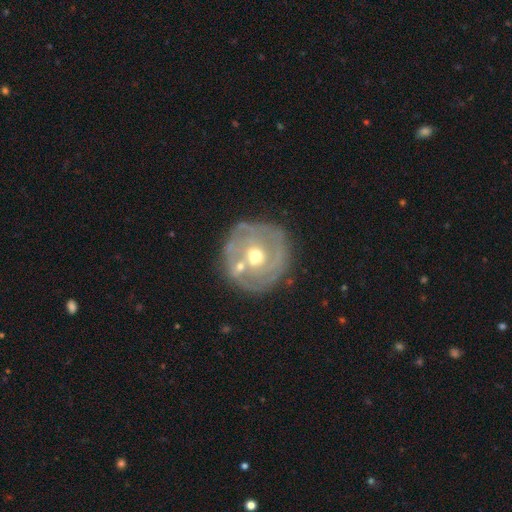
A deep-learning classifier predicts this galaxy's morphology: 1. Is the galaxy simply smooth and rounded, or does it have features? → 68% featured or disk, 25% smooth, 8% star or artifact.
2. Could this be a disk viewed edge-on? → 97% no, 3% yes.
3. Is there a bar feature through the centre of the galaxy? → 72% no, 22% weak, 6% strong.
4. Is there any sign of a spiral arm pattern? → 54% yes, 46% no.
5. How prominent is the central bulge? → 66% moderate, 28% small, 4% large, 1% none, 1% dominant.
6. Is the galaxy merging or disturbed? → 60% none, 16% minor disturbance, 16% merger, 9% major disturbance.